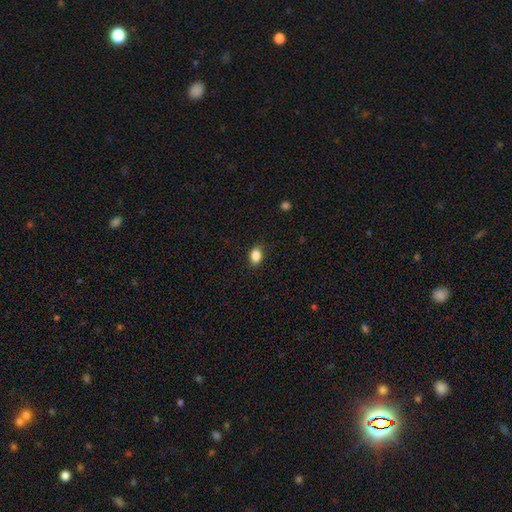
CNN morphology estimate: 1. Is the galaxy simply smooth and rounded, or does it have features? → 86% smooth, 9% star or artifact, 5% featured or disk.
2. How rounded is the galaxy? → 79% in between, 20% round, 2% cigar-shaped.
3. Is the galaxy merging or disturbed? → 85% none, 12% minor disturbance, 2% major disturbance, 1% merger.